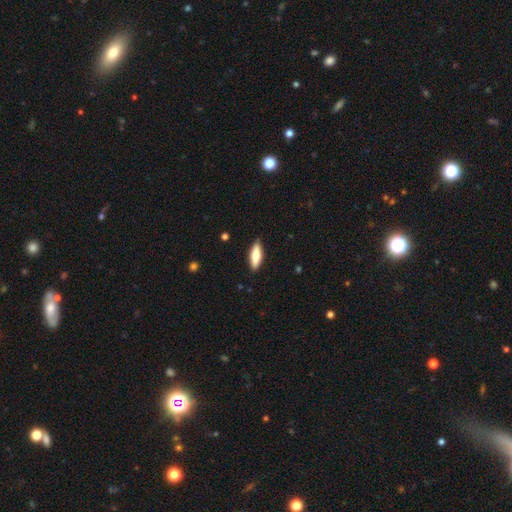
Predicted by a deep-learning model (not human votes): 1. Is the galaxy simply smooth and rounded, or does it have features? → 77% smooth, 17% featured or disk, 5% star or artifact.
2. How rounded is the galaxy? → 51% in between, 48% cigar-shaped, 2% round.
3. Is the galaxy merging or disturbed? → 88% none, 9% minor disturbance, 2% major disturbance, 1% merger.